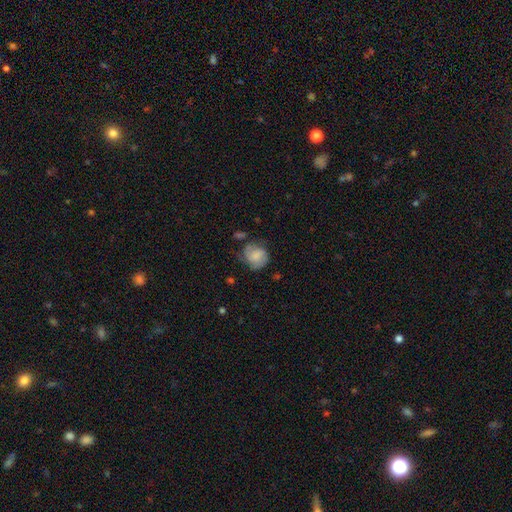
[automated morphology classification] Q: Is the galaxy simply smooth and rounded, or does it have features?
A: smooth — 54%.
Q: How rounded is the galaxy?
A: round — 73%.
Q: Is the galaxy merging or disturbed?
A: none — 54%.